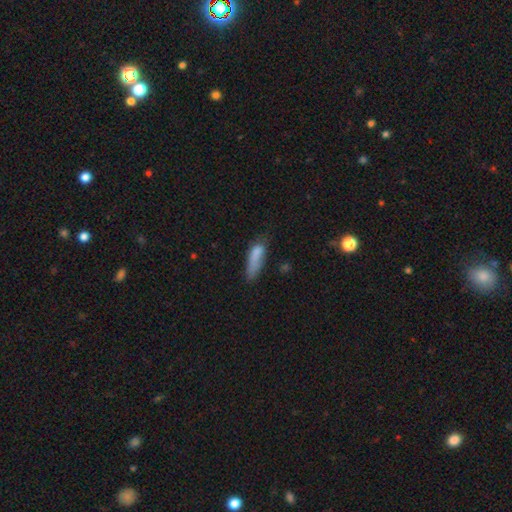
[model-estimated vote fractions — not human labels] The model was most divided on "how rounded": in between: 50%, cigar-shaped: 48%, round: 3%. Remaining: smooth or featured — smooth (77%); merging — none (39%).